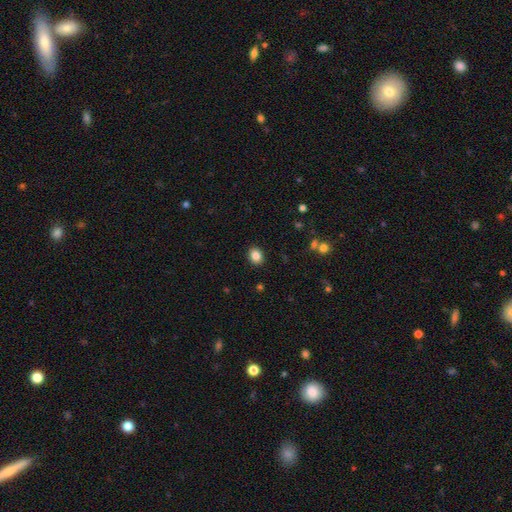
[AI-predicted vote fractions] This appears to be a smooth galaxy with no disk features (85%) that is round (53%). Merging: none (90%).